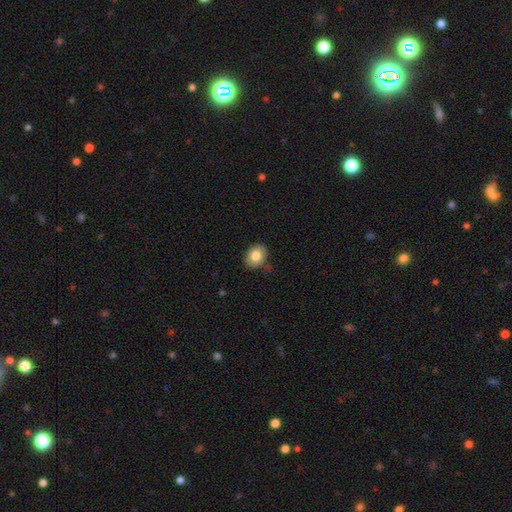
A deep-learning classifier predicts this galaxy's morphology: Q: Smooth or featured?
A: smooth (81%); runner-up: featured or disk (12%)
Q: How rounded?
A: in between (56%); runner-up: round (43%)
Q: Merging?
A: none (81%); runner-up: minor disturbance (14%)